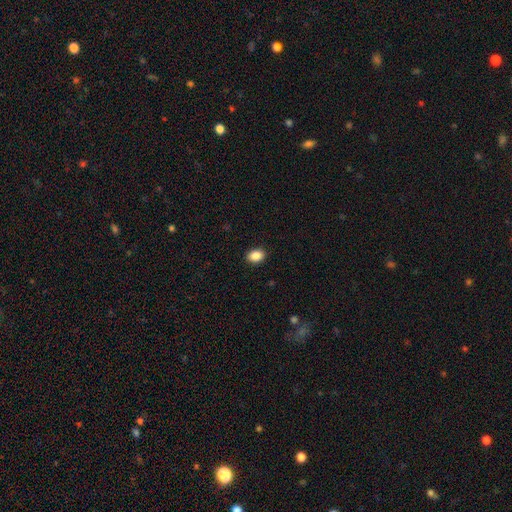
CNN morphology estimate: Smooth or featured?
  - smooth: 89% *
  - star or artifact: 8%
  - featured or disk: 3%
How rounded?
  - in between: 74% *
  - round: 25%
  - cigar-shaped: 1%
Merging?
  - none: 90% *
  - minor disturbance: 7%
  - major disturbance: 2%
  - merger: 1%